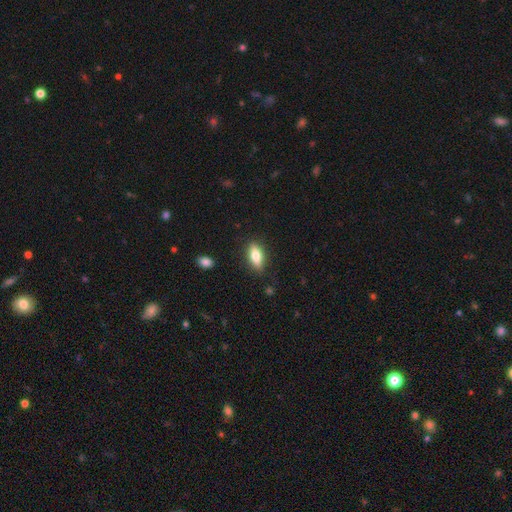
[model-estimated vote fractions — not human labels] This appears to be a smooth galaxy with no disk features (75%) that is in between round and cigar-shaped (78%). Merging: none (85%).